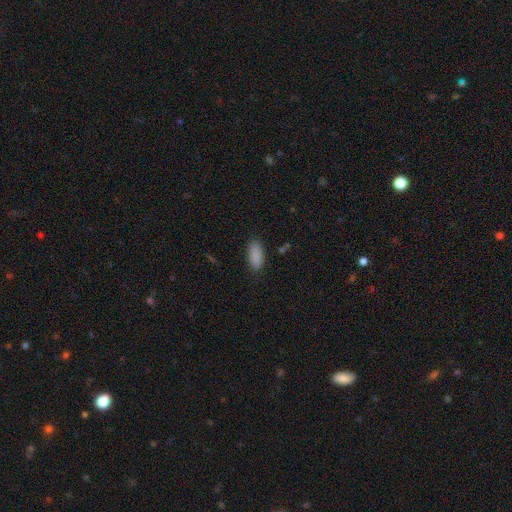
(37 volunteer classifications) This appears to be a smooth galaxy with no disk features (92%) that is in between round and cigar-shaped (85%). Merging: none (89%).